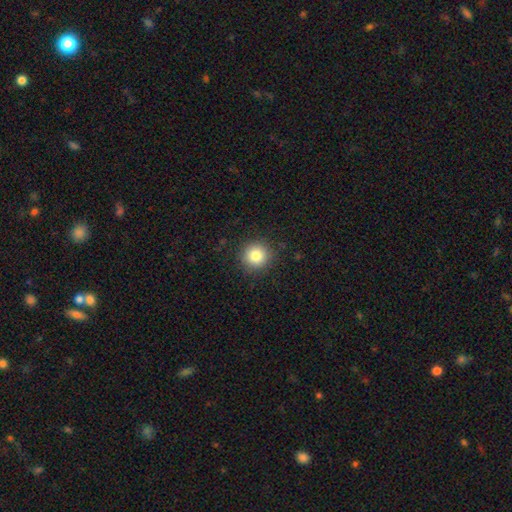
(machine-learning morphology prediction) smooth-or-featured: smooth: 81% | star or artifact: 11% | featured or disk: 7%
  how-rounded: round: 94% | in between: 5% | cigar-shaped: 1%
  merging: none: 90% | minor disturbance: 7% | major disturbance: 2% | merger: 1%